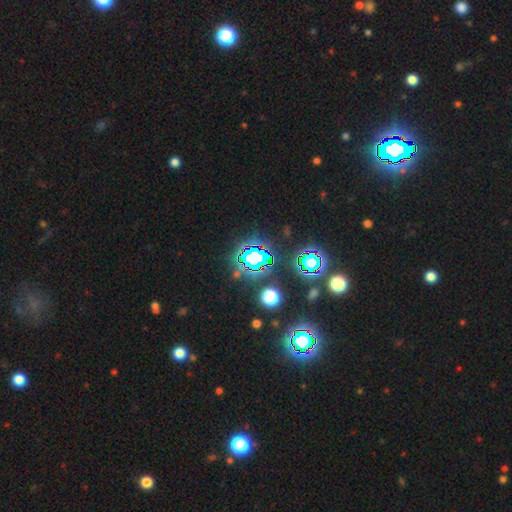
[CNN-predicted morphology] type=star or artifact (71%).